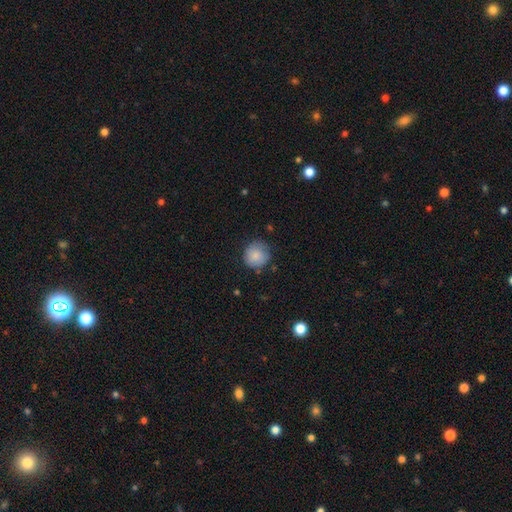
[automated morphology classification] This appears to be a smooth galaxy with no disk features (84%) that is round (92%). Merging: none (75%).